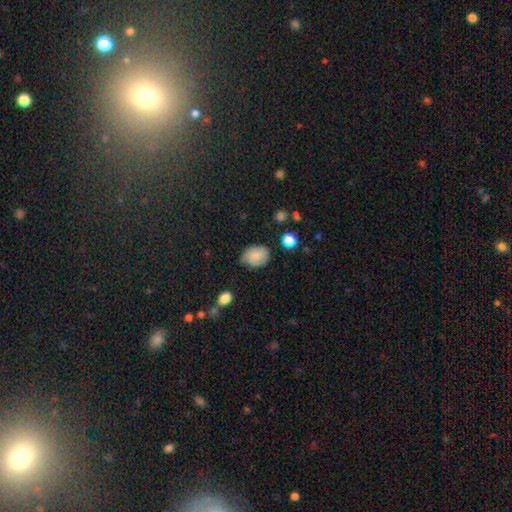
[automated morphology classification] smooth-or-featured: smooth: 81% | featured or disk: 10% | star or artifact: 8%
  how-rounded: in between: 65% | round: 33% | cigar-shaped: 1%
  merging: none: 64% | minor disturbance: 29% | major disturbance: 6% | merger: 2%